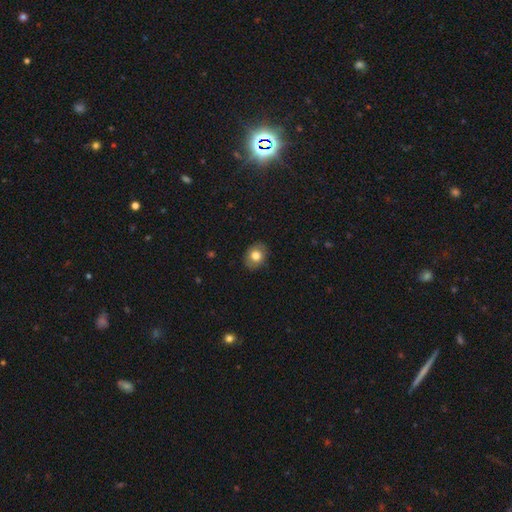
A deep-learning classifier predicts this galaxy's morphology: This is likely a smooth galaxy (77%). How rounded: possibly in between (51%). Merging: clearly none (85%).